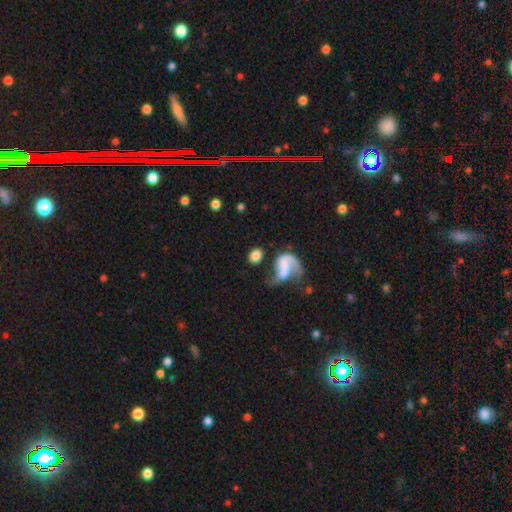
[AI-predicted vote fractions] Smooth or featured? Predicted: smooth (p=0.73). How rounded? Predicted: in between (p=0.58). Merging? Predicted: none (p=0.47).